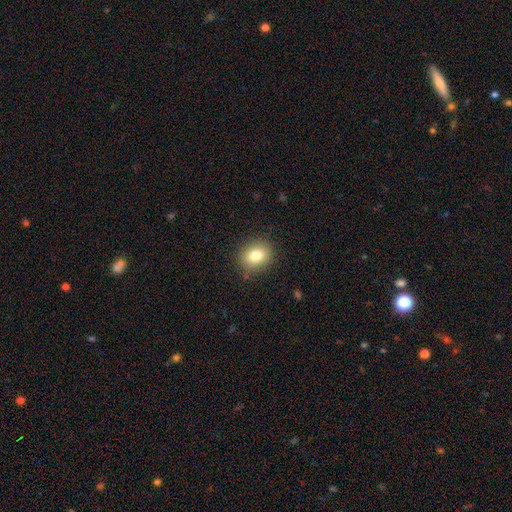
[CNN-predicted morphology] Smooth or featured? smooth (80%)
How rounded? round (52%)
Merging? none (85%)